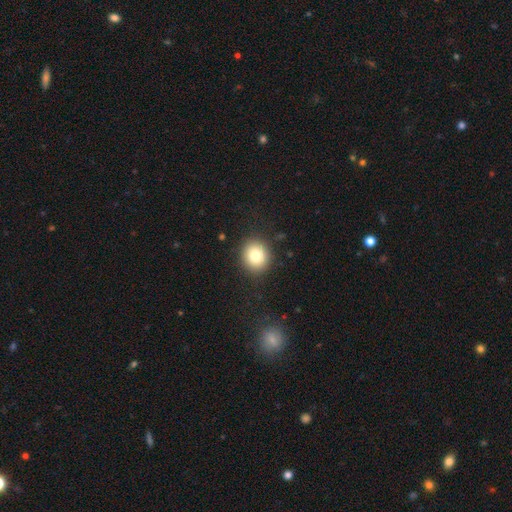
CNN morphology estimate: type=smooth (79%); roundness=round (82%); merging=none (89%).